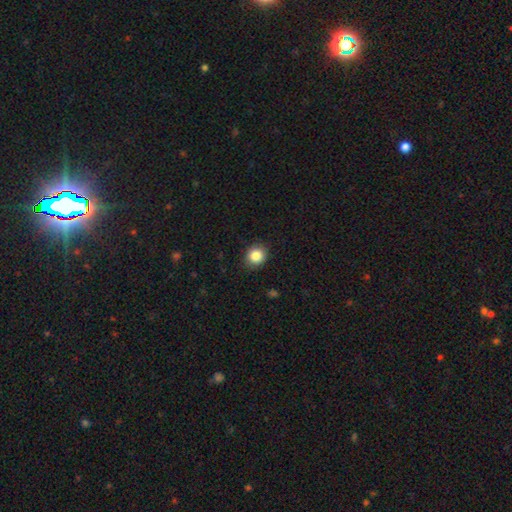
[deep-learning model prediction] Smooth or featured?
  - smooth: 86% *
  - star or artifact: 10%
  - featured or disk: 5%
How rounded?
  - round: 79% *
  - in between: 20%
  - cigar-shaped: 1%
Merging?
  - none: 88% *
  - minor disturbance: 9%
  - major disturbance: 2%
  - merger: 1%